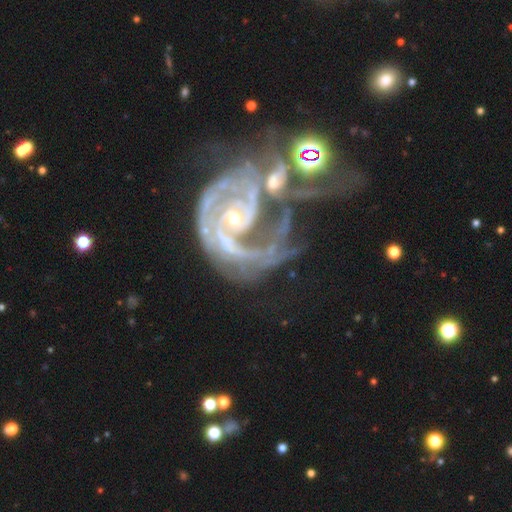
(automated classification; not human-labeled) A featured or disk galaxy (87%) with no bar (59%), 2 (42%) tight (41%) spiral arms (90%) and a small central bulge (66%). Merging: merger (38%).